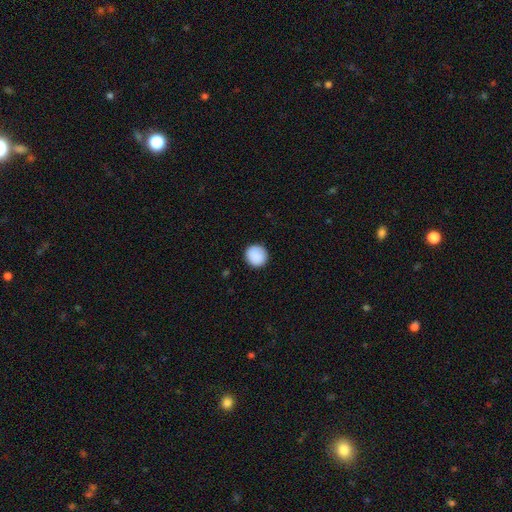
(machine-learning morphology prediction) Smooth or featured: smooth — 90% (star or artifact — 7%)
How rounded: round — 93% (in between — 6%)
Merging: none — 91% (minor disturbance — 6%)